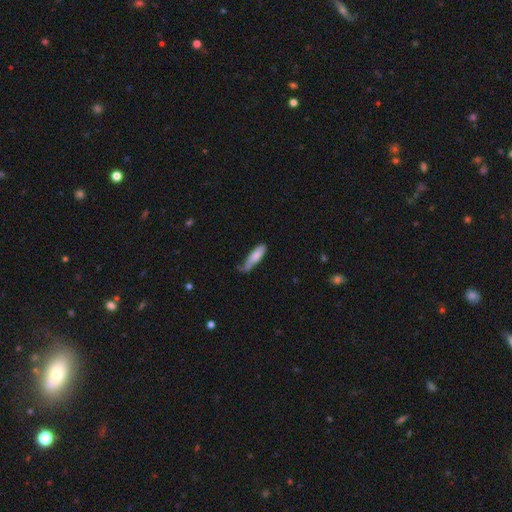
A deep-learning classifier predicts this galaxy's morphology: smooth-or-featured: smooth: 79% | featured or disk: 15% | star or artifact: 6%
  how-rounded: cigar-shaped: 55% | in between: 43% | round: 2%
  merging: none: 41% | minor disturbance: 38% | major disturbance: 15% | merger: 6%